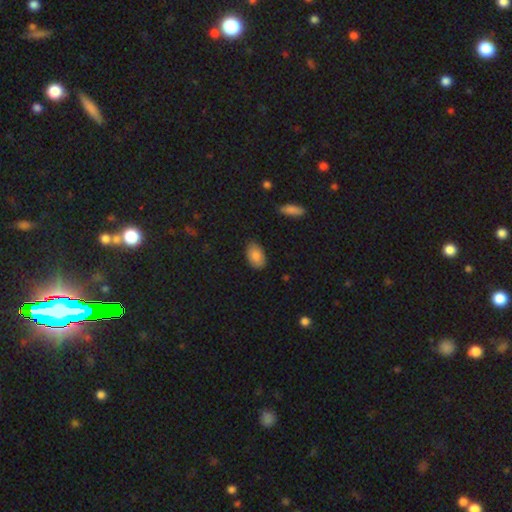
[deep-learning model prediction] smooth_or_featured: smooth (p=0.85) [alt: featured or disk p=0.08]
how_rounded: in between (p=0.92) [alt: round p=0.07]
merging: none (p=0.84) [alt: minor disturbance p=0.13]